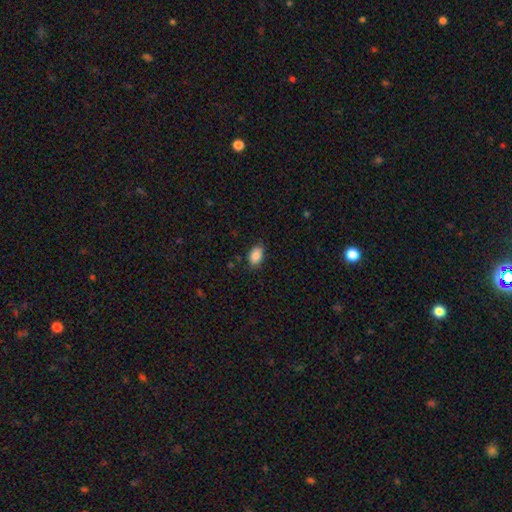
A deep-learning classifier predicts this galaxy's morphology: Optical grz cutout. It shows a smooth galaxy with no disk features (87%) that is in between round and cigar-shaped (89%). Merging: none (82%).